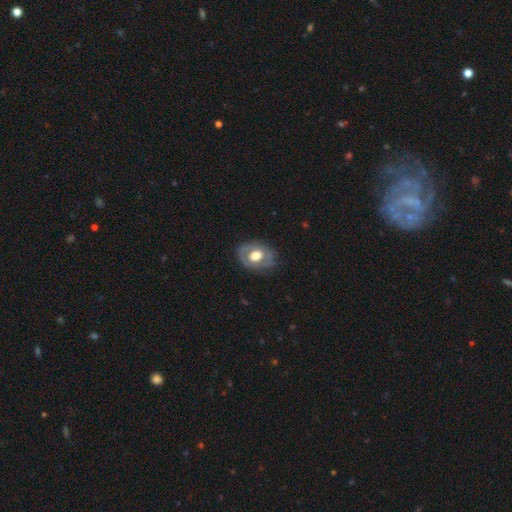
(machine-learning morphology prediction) type=featured or disk (54%); edge-on=no (94%); bar=no (78%); spiral arms=no (69%); bulge=moderate (46%, tied with large); merging=none (70%).